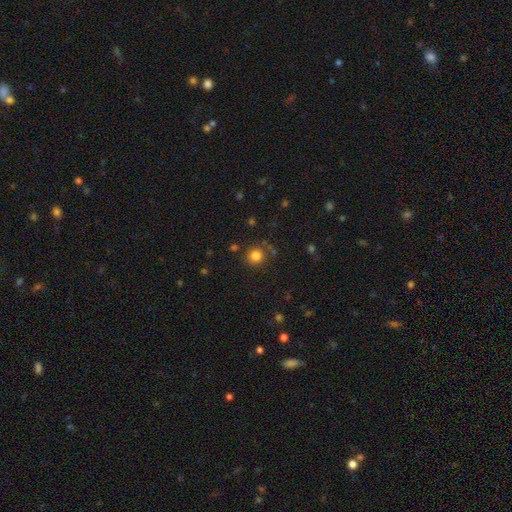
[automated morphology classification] smooth-or-featured: smooth: 82% | star or artifact: 13% | featured or disk: 5%
  how-rounded: round: 92% | in between: 7% | cigar-shaped: 1%
  merging: none: 83% | minor disturbance: 9% | merger: 4% | major disturbance: 4%